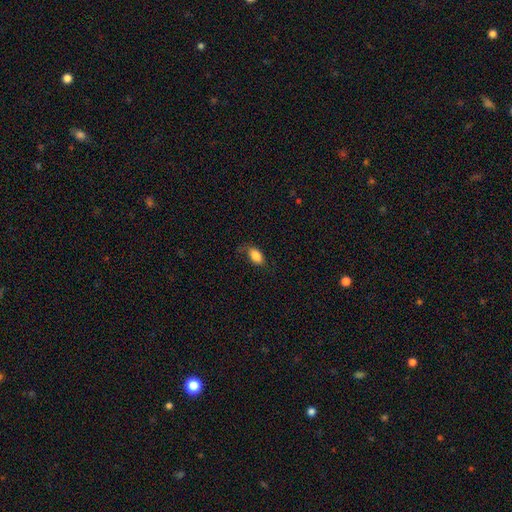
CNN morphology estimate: smooth_or_featured: smooth (p=0.85) [alt: featured or disk p=0.08]
how_rounded: in between (p=0.91) [alt: round p=0.06]
merging: none (p=0.67) [alt: minor disturbance p=0.23]